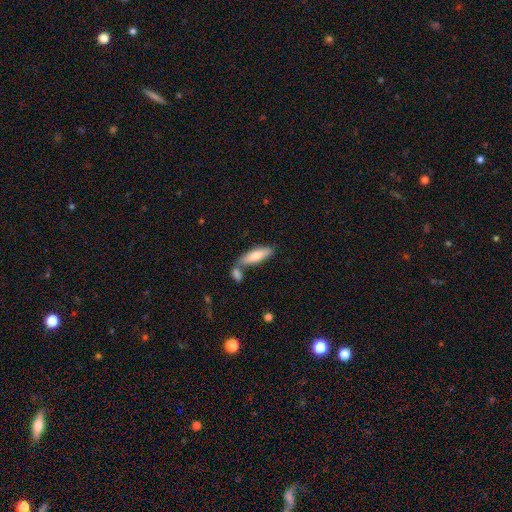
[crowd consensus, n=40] smooth-or-featured: smooth: 78% | featured or disk: 20% | star or artifact: 2%
  how-rounded: in between: 55% | cigar-shaped: 45% | round: 0%
  merging: none: 49% | merger: 33% | minor disturbance: 13% | major disturbance: 5%